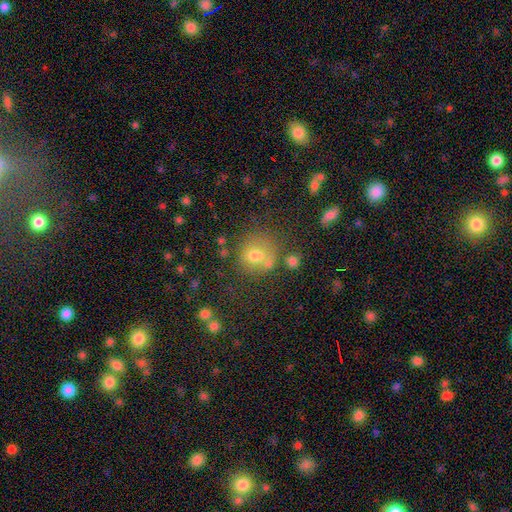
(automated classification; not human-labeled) Smooth or featured? Predicted: smooth (p=0.67). How rounded? Predicted: round (p=0.75). Merging? Predicted: none (p=0.55).